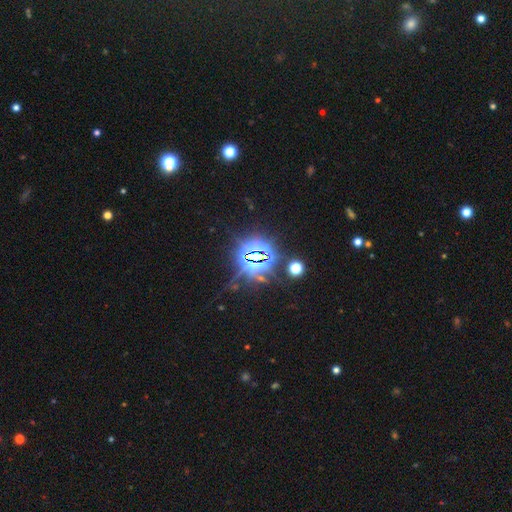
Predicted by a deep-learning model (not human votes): Overall: star or artifact (82%).